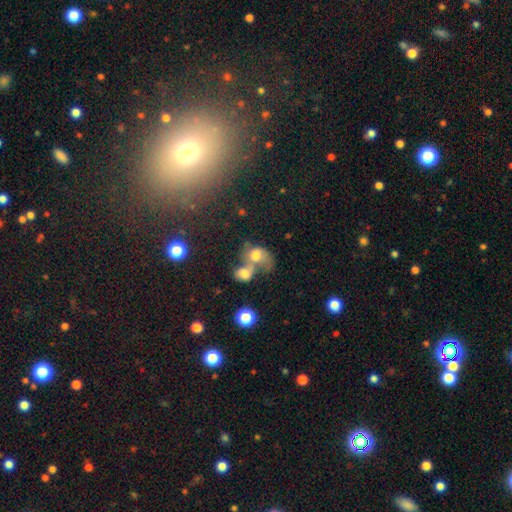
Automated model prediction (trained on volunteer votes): Morphology: type=smooth (59%); roundness=in between (58%); merging=merger (72%).